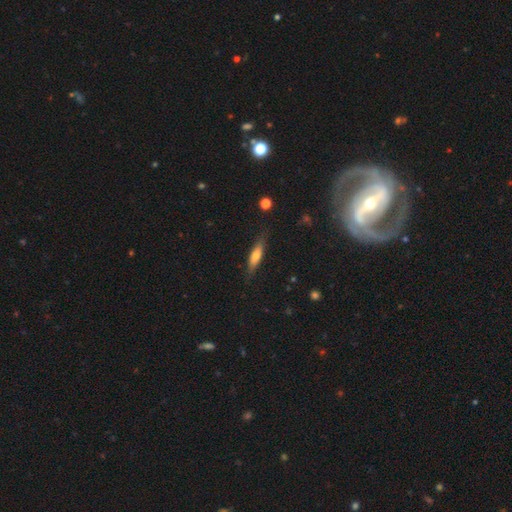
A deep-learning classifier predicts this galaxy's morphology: smooth_or_featured: smooth (p=0.57) [alt: featured or disk p=0.36]
how_rounded: cigar-shaped (p=0.69) [alt: in between p=0.29]
merging: none (p=0.81) [alt: minor disturbance p=0.15]